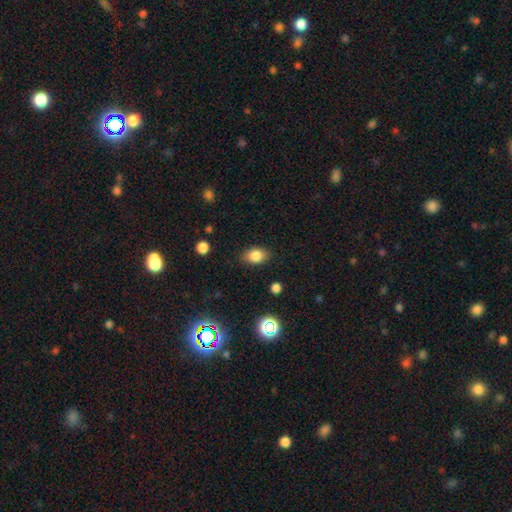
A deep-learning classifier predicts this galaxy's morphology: The model was most divided on "how rounded": in between: 77%, round: 22%, cigar-shaped: 1%. More confident: merging — none (83%); smooth or featured — smooth (83%).